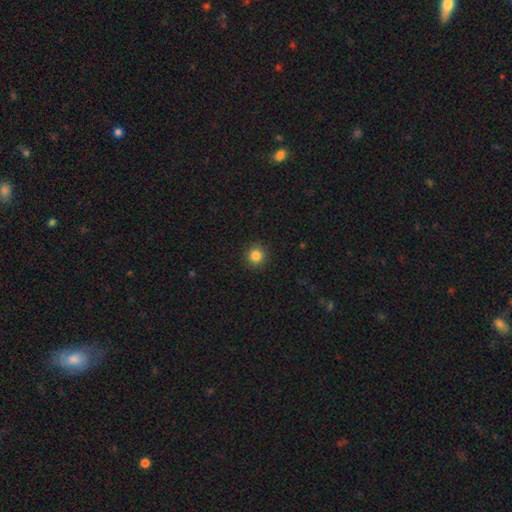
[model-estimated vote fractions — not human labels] Smooth or featured?
  - smooth: 85% *
  - star or artifact: 11%
  - featured or disk: 4%
How rounded?
  - round: 93% *
  - in between: 6%
  - cigar-shaped: 1%
Merging?
  - none: 92% *
  - minor disturbance: 5%
  - major disturbance: 2%
  - merger: 1%